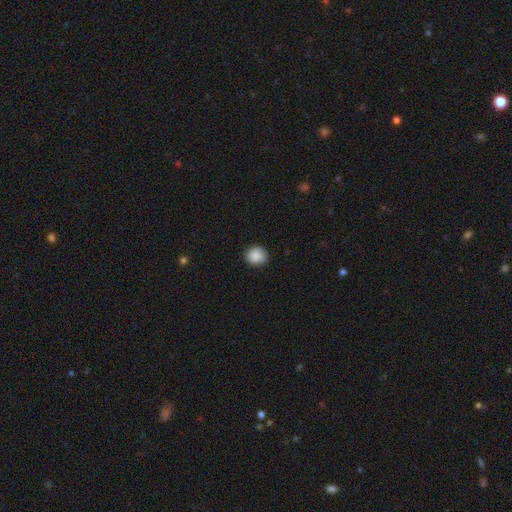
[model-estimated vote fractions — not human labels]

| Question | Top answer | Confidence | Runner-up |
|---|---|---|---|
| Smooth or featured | smooth | 88% | star or artifact (8%) |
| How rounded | round | 79% | in between (20%) |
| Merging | none | 87% | minor disturbance (10%) |